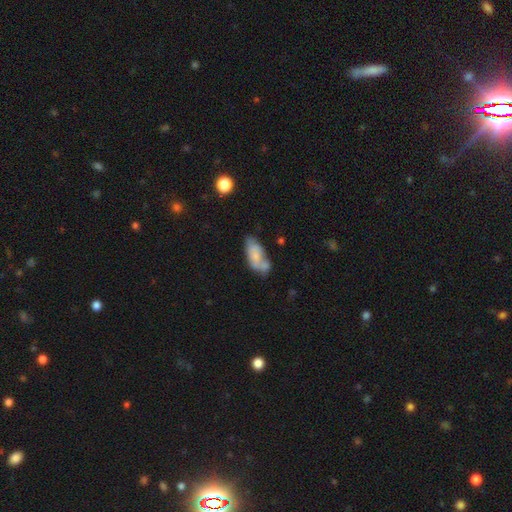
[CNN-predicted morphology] Smooth or featured? Predicted: smooth (p=0.68). How rounded? Predicted: in between (p=0.85). Merging? Predicted: none (p=0.36).